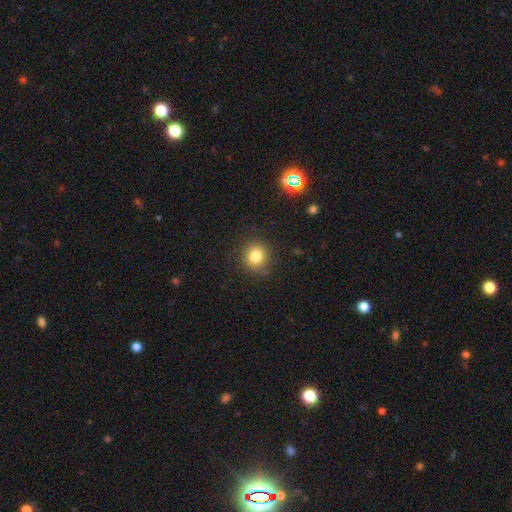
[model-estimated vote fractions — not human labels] This is clearly a smooth galaxy (80%). How rounded: clearly round (89%). Merging: clearly none (87%).